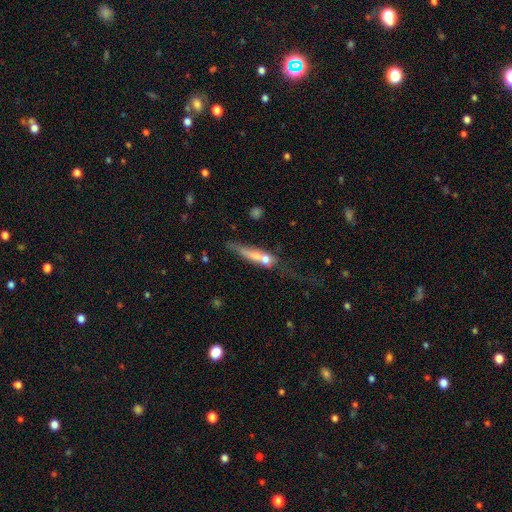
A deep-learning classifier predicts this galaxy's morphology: Smooth or featured? Predicted: smooth (p=0.47). Merging? Predicted: merger (p=0.32).